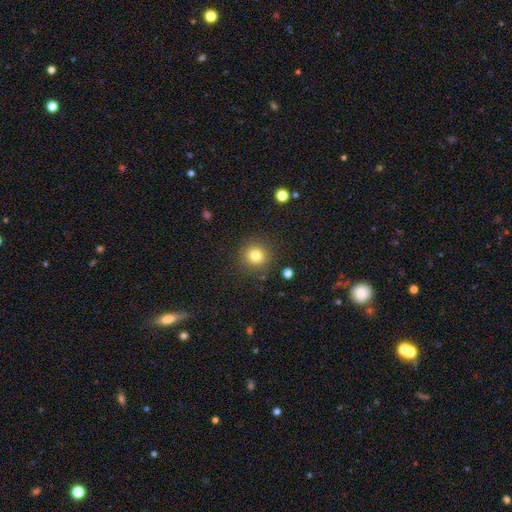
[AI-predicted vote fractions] Overall: smooth (80%). How rounded: round (91%). Merging: none (88%).